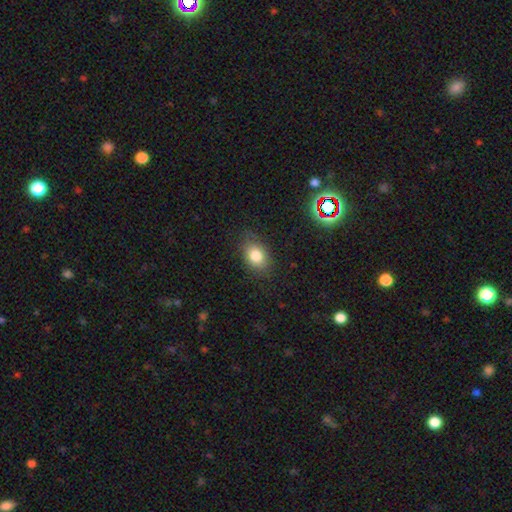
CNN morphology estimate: This is clearly a smooth galaxy (81%). How rounded: likely in between (72%). Merging: likely none (79%).